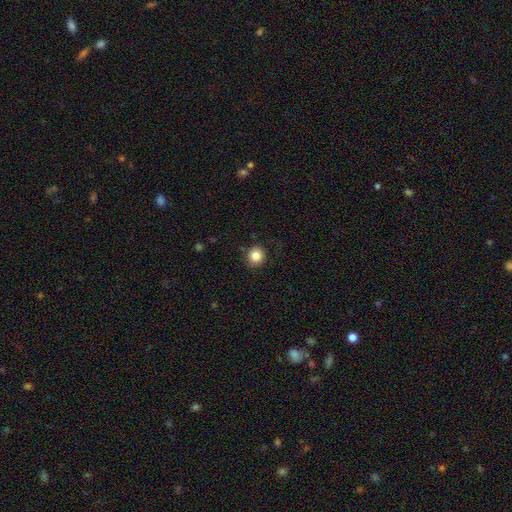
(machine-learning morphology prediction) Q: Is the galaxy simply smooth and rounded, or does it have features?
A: smooth — 84%.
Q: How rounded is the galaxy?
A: round — 91%.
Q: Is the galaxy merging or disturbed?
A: none — 86%.